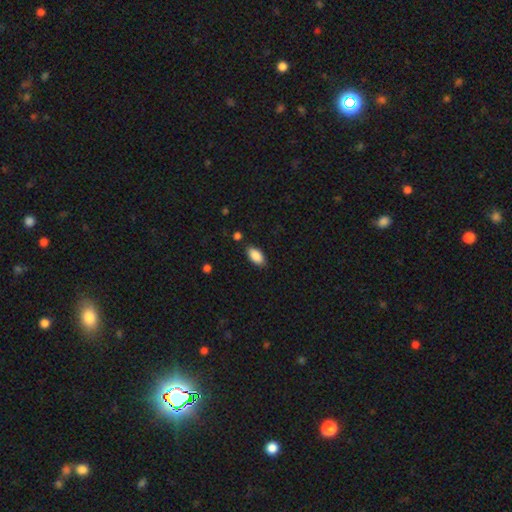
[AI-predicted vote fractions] Smooth or featured? smooth (88%)
How rounded? in between (93%)
Merging? none (86%)